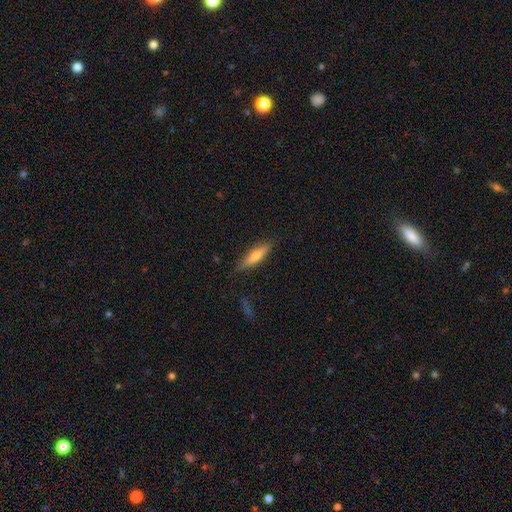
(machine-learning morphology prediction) Smooth or featured?
  - smooth: 59% *
  - featured or disk: 34%
  - star or artifact: 6%
How rounded?
  - cigar-shaped: 72% *
  - in between: 26%
  - round: 2%
Merging?
  - none: 83% *
  - minor disturbance: 13%
  - major disturbance: 3%
  - merger: 1%